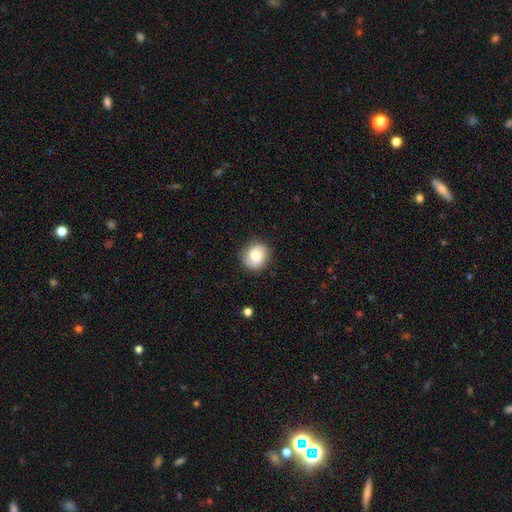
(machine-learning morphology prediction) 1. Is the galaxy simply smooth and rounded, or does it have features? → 74% smooth, 17% featured or disk, 8% star or artifact.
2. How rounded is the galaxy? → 79% round, 20% in between, 1% cigar-shaped.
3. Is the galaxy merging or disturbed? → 83% none, 13% minor disturbance, 3% major disturbance, 1% merger.